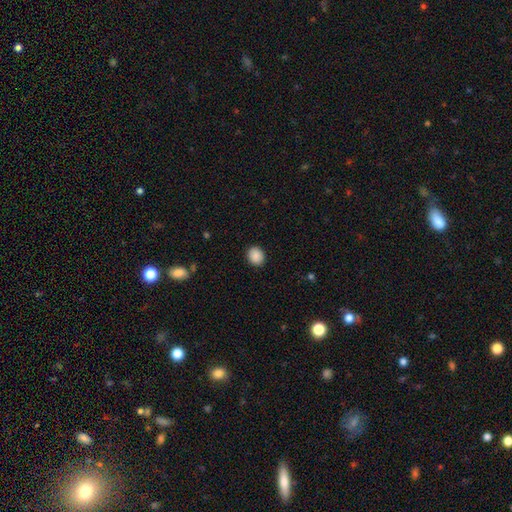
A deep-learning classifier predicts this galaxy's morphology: The model was most divided on "how rounded": round: 62%, in between: 37%, cigar-shaped: 1%. More confident: merging — none (90%); smooth or featured — smooth (89%).